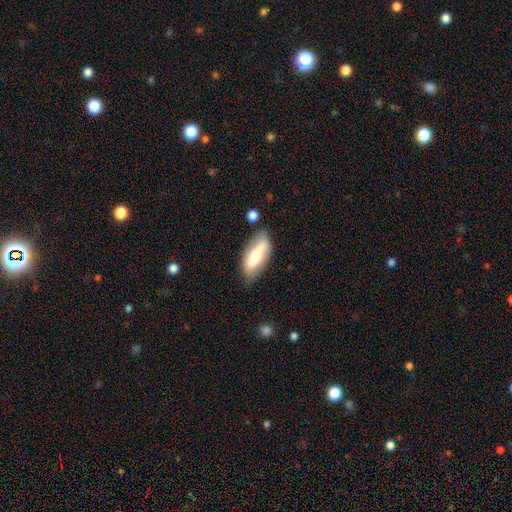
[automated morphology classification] A smooth galaxy with no disk features (59%) that is in between round and cigar-shaped (78%). Merging: none (70%).